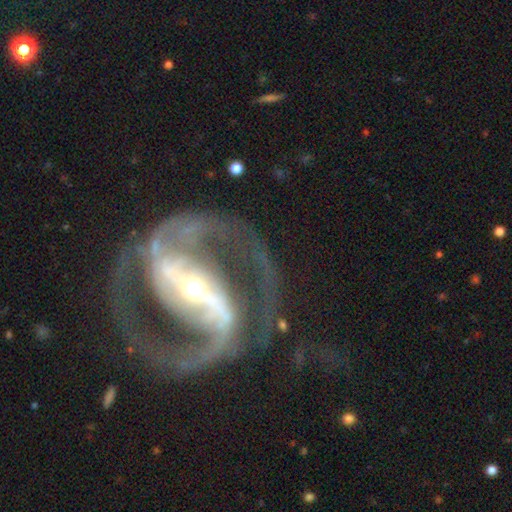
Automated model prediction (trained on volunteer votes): A featured or disk galaxy (93%) with a strong bar (77%), 2 (93%) medium (62%) spiral arms (98%) and a small central bulge (48%). Merging: none (74%).